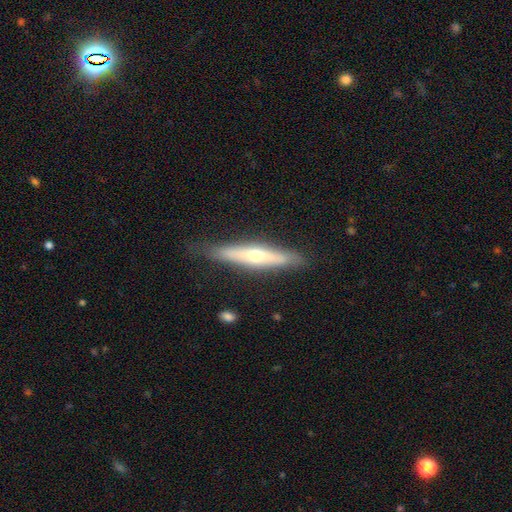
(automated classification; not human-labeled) smooth-or-featured: featured or disk: 56% | smooth: 38% | star or artifact: 6%
  disk-edge-on: yes: 87% | no: 13%
  merging: none: 83% | minor disturbance: 13% | major disturbance: 3% | merger: 1%